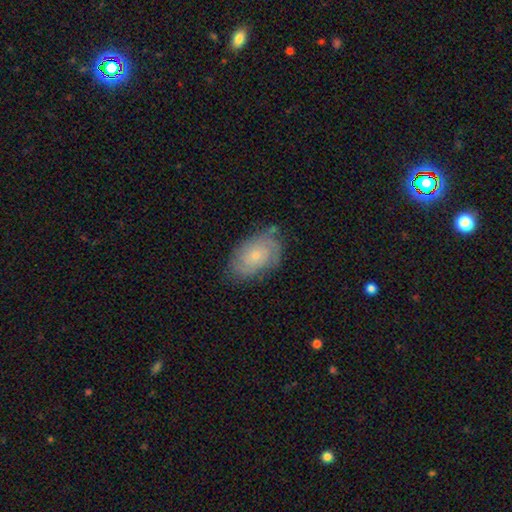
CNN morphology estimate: smooth-or-featured: featured or disk: 66% | smooth: 27% | star or artifact: 7%
  disk-edge-on: no: 96% | yes: 4%
    bar: no: 79% | weak: 19% | strong: 2%
    has-spiral-arms: yes: 88% | no: 12%
      spiral-winding: tight: 64% | medium: 27% | loose: 9%
      spiral-arm-count: can't tell: 41% | 2: 30% | 3: 14% | 4: 6% | 1: 5% | more than 4: 4%
    bulge-size: small: 69% | moderate: 25% | none: 3% | large: 1% | dominant: 1%
  merging: none: 71% | minor disturbance: 21% | major disturbance: 6% | merger: 2%